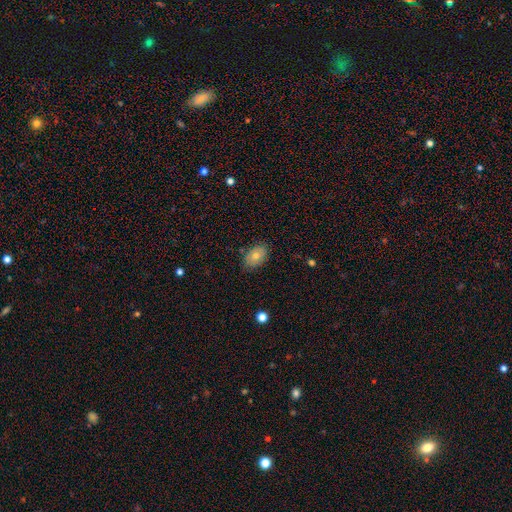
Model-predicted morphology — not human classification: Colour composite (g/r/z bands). It shows a smooth galaxy with no disk features (73%) that is in between round and cigar-shaped (86%). Merging: none (82%).